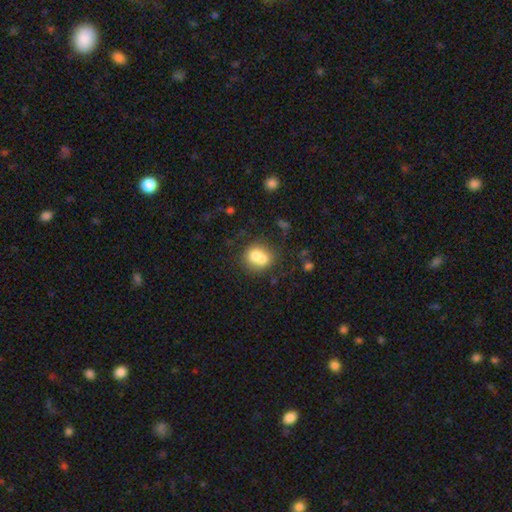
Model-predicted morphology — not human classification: type=smooth (67%); roundness=round (73%); merging=merger (54%).